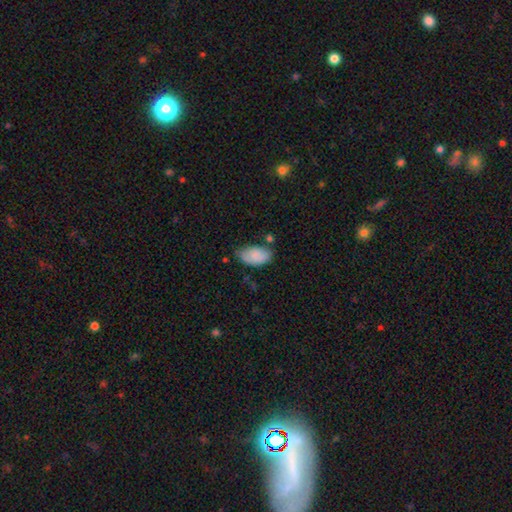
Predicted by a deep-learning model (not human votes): Overall: smooth (85%). How rounded: in between (94%). Merging: none (57%; minor disturbance 31%).